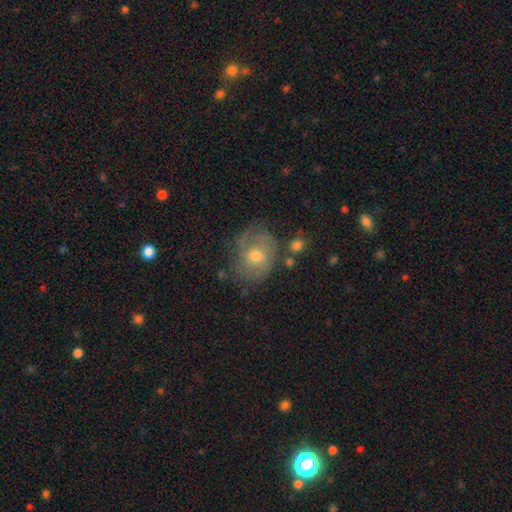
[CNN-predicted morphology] featured or disk 56%, smooth 32%, star or artifact 12%. Down the decision tree: edge-on disk — no (96%); bar — no (74%); spiral arms — yes (75%); bulge size — moderate (66%); merging — none (62%).